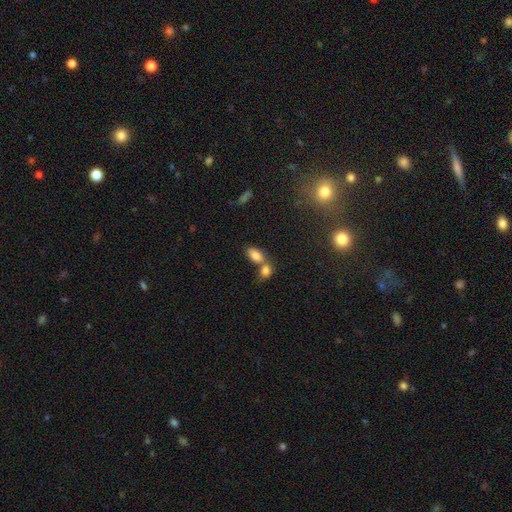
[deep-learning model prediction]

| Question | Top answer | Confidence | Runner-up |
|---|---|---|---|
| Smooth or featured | smooth | 83% | star or artifact (9%) |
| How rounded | in between | 88% | round (8%) |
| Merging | merger | 57% | none (32%) |